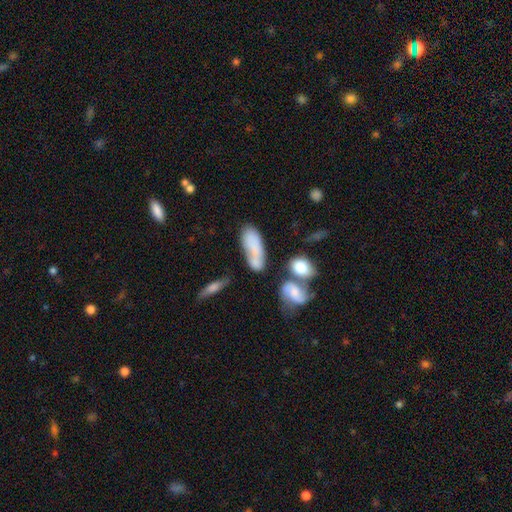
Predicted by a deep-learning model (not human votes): Smooth or featured: smooth — 68% (featured or disk — 22%)
How rounded: in between — 72% (cigar-shaped — 23%)
Merging: none — 39% (minor disturbance — 23%)